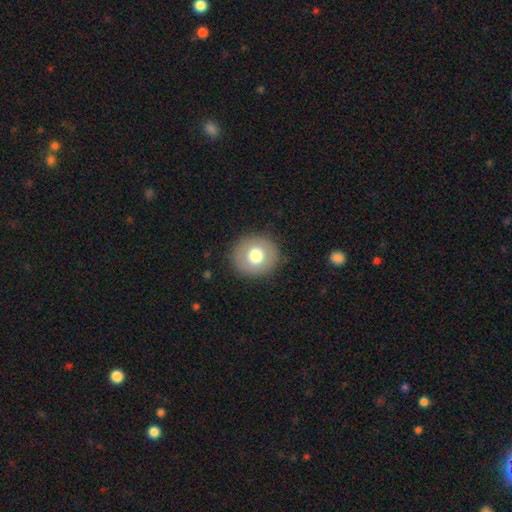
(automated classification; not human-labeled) Smooth or featured? smooth (70%)
How rounded? round (91%)
Merging? none (89%)